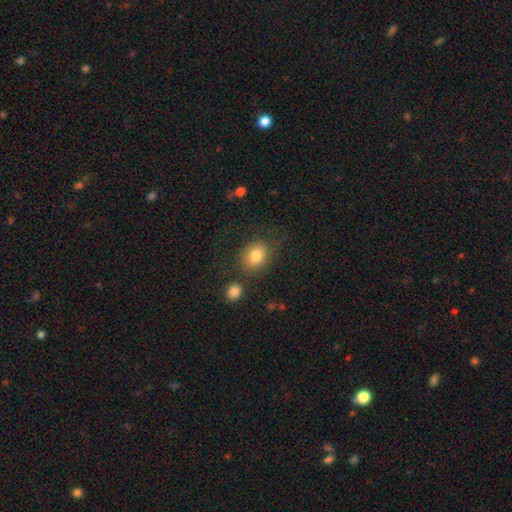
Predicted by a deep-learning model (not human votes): This is clearly a smooth galaxy (82%). How rounded: possibly round (50%). Merging: likely none (71%).